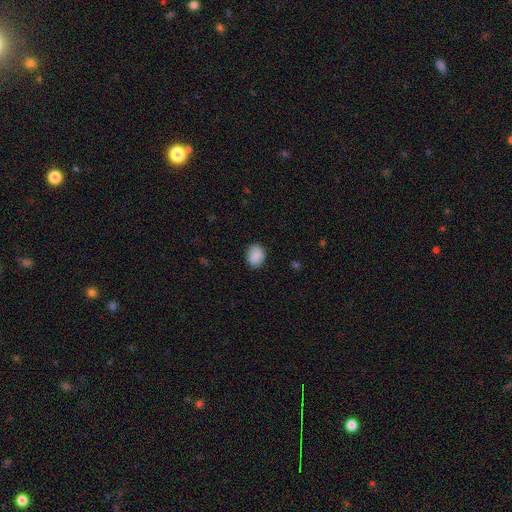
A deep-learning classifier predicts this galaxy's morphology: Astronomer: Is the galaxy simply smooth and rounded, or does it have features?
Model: smooth — 89%.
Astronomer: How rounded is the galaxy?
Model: in between — 58% (runner-up: round, 41%).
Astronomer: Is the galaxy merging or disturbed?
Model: none — 85%.